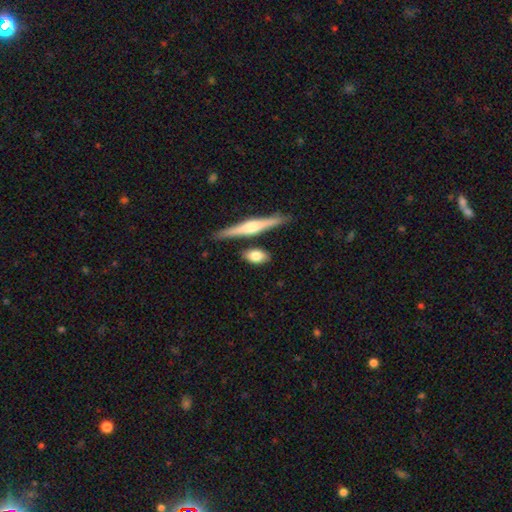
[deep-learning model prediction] Smooth or featured?
  - smooth: 71% *
  - featured or disk: 23%
  - star or artifact: 5%
How rounded?
  - in between: 68% *
  - cigar-shaped: 20%
  - round: 12%
Merging?
  - none: 77% *
  - minor disturbance: 13%
  - merger: 7%
  - major disturbance: 3%